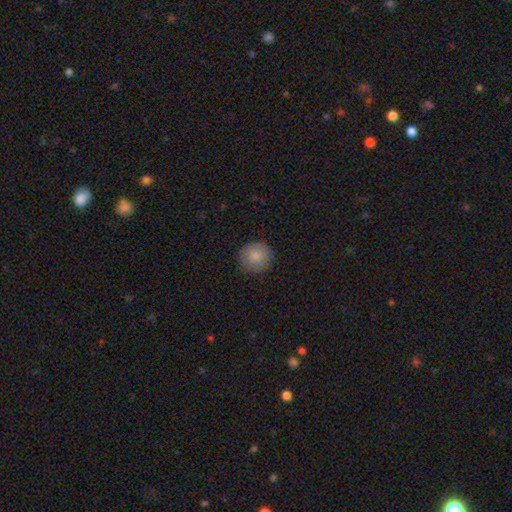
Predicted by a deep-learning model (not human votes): Q: Smooth or featured?
A: smooth (84%); runner-up: featured or disk (8%)
Q: How rounded?
A: round (92%); runner-up: in between (7%)
Q: Merging?
A: none (86%); runner-up: minor disturbance (11%)